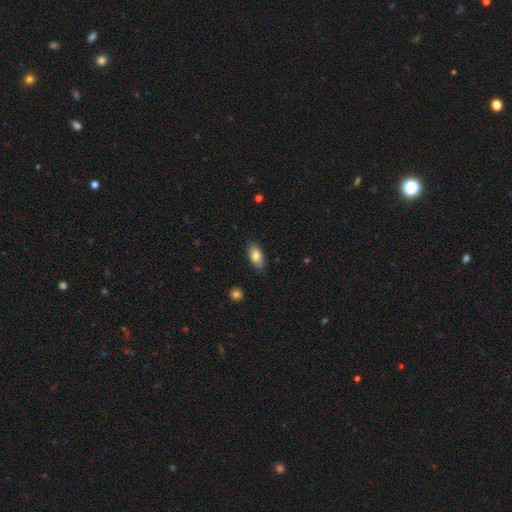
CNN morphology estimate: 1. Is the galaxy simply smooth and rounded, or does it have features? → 81% smooth, 13% featured or disk, 7% star or artifact.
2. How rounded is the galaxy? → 90% in between, 7% cigar-shaped, 3% round.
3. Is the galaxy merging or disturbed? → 80% none, 16% minor disturbance, 3% major disturbance, 1% merger.